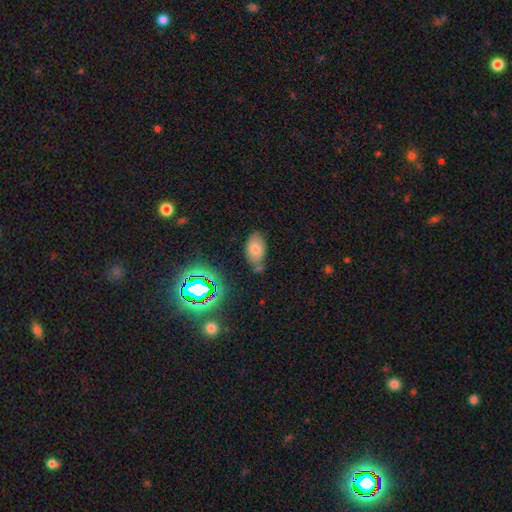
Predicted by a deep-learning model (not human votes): Smooth or featured: star or artifact — 48% (smooth — 34%)